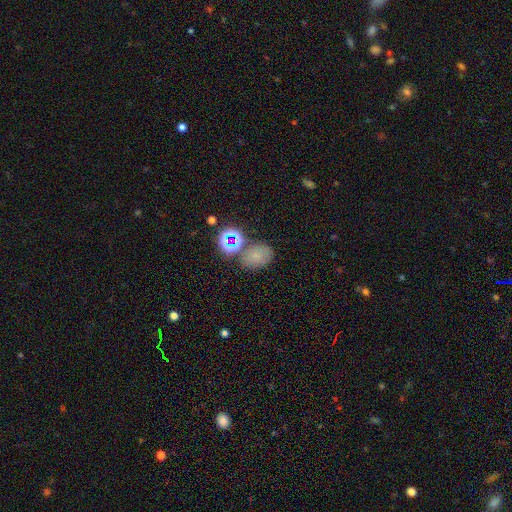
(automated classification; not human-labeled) smooth_or_featured: smooth (p=0.69) [alt: star or artifact p=0.20]
how_rounded: in between (p=0.67) [alt: round p=0.32]
merging: none (p=0.66) [alt: merger p=0.15]